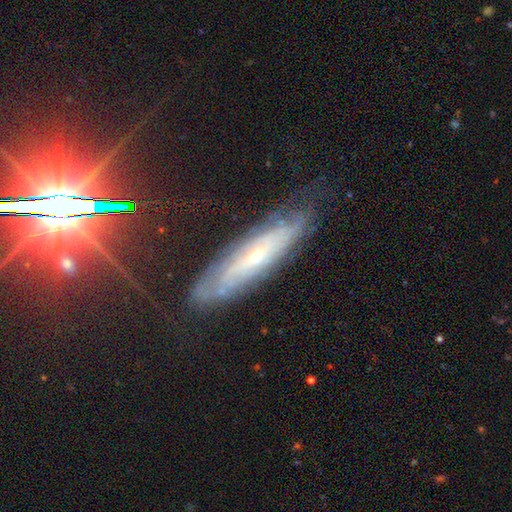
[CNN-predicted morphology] smooth-or-featured: featured or disk: 72% | smooth: 16% | star or artifact: 12%
  disk-edge-on: no: 62% | yes: 38%
  merging: none: 76% | minor disturbance: 18% | major disturbance: 5% | merger: 1%